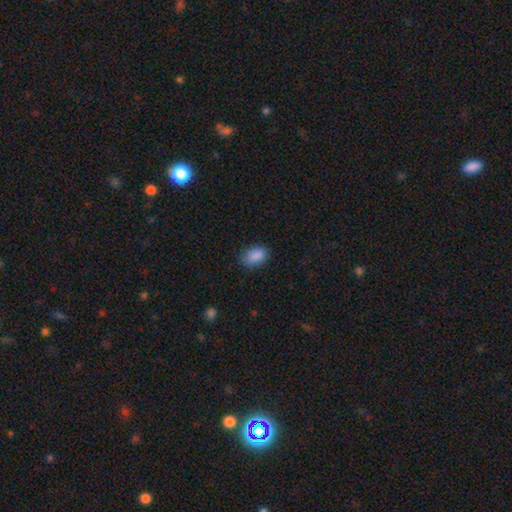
smooth_or_featured: smooth (p=0.89) [alt: star or artifact p=0.08]
how_rounded: in between (p=0.85) [alt: round p=0.12]
merging: none (p=0.83) [alt: minor disturbance p=0.09]